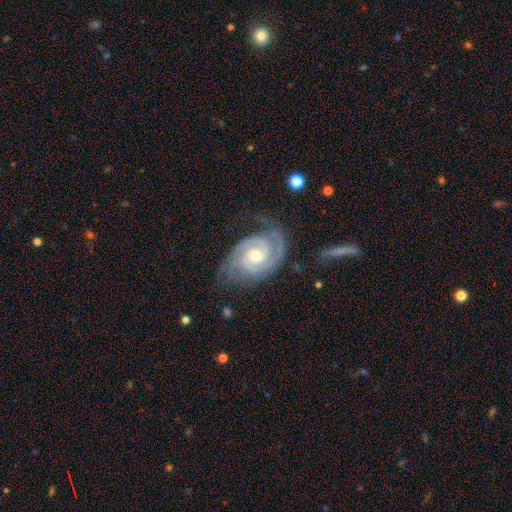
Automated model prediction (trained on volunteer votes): Q: Smooth or featured?
A: featured or disk (92%); runner-up: star or artifact (4%)
Q: Edge-on disk?
A: no (97%); runner-up: yes (3%)
Q: Bar?
A: no (63%); runner-up: weak (28%)
Q: Spiral arms?
A: yes (98%); runner-up: no (2%)
Q: Spiral winding?
A: tight (69%); runner-up: medium (27%)
Q: Spiral arm count?
A: 2 (69%); runner-up: 3 (16%)
Q: Bulge size?
A: small (55%); runner-up: moderate (42%)
Q: Merging?
A: none (71%); runner-up: minor disturbance (20%)